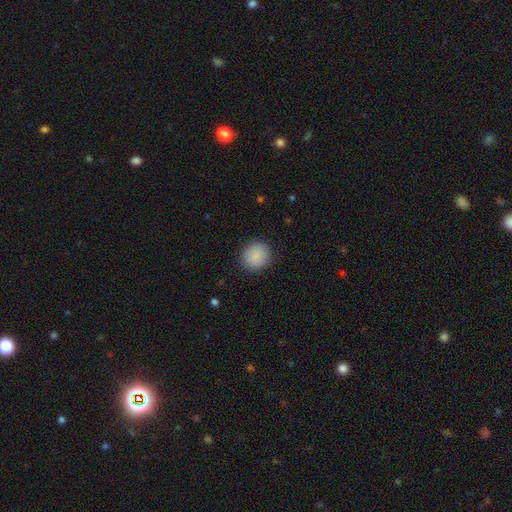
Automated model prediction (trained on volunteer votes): The model was most divided on "how rounded": round: 85%, in between: 14%, cigar-shaped: 1%. More confident: merging — none (89%); smooth or featured — smooth (88%).